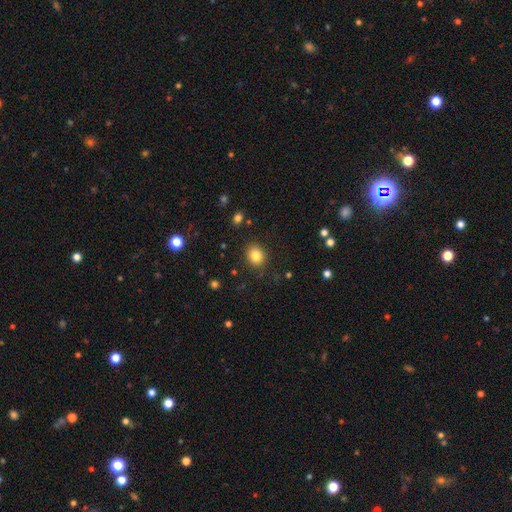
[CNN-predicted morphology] Q: Smooth or featured?
A: smooth (82%); runner-up: star or artifact (11%)
Q: How rounded?
A: round (71%); runner-up: in between (28%)
Q: Merging?
A: none (89%); runner-up: minor disturbance (8%)